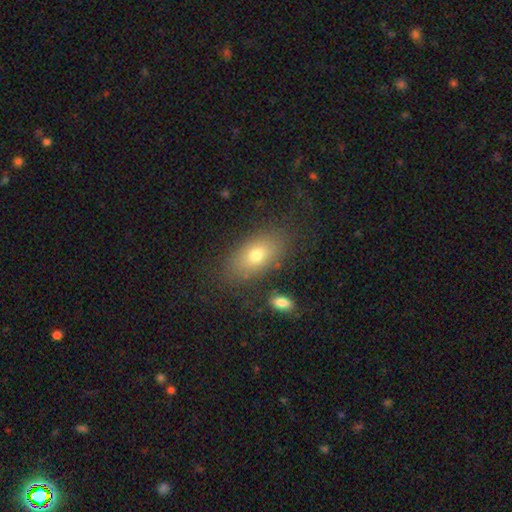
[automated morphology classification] This is likely a smooth galaxy (73%). How rounded: clearly in between (87%). Merging: likely none (80%).